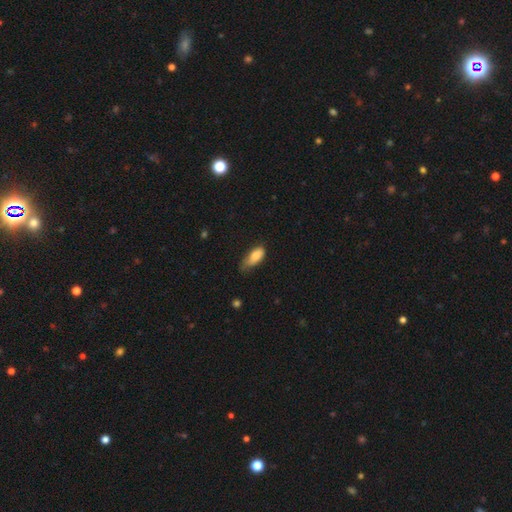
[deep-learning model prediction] The model was most divided on "merging": minor disturbance: 44%, none: 39%, major disturbance: 15%, merger: 2%. More confident: how rounded — in between (85%); smooth or featured — smooth (83%).